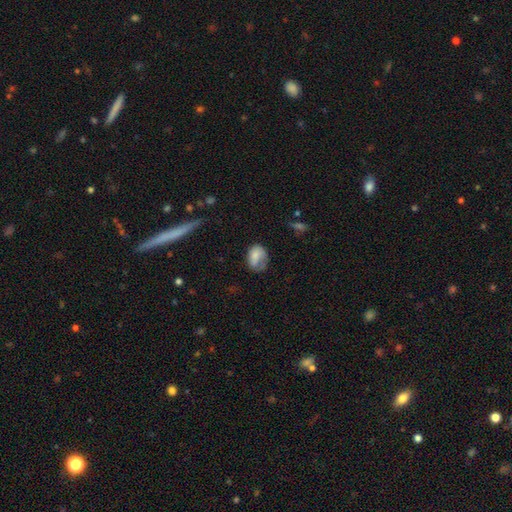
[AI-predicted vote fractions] A smooth galaxy with no disk features (75%) that is in between round and cigar-shaped (72%).

Vote fractions:
- Smooth or featured? smooth: 75% / featured or disk: 17% / star or artifact: 8%
- How rounded? in between: 72% / round: 26% / cigar-shaped: 1%
- Merging? none: 38% / minor disturbance: 34% / major disturbance: 26% / merger: 3%